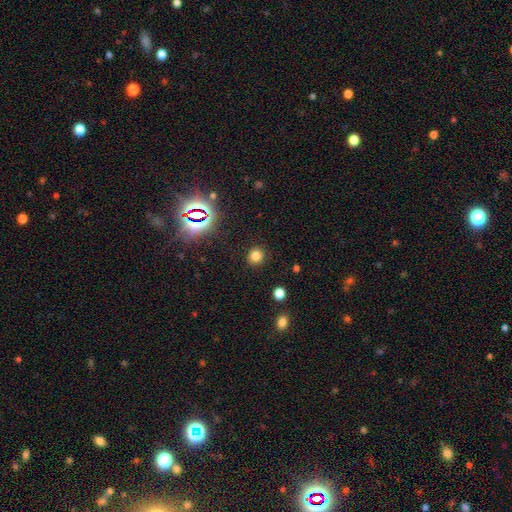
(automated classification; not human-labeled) Smooth or featured? Predicted: smooth (p=0.77). How rounded? Predicted: round (p=0.91). Merging? Predicted: none (p=0.91).